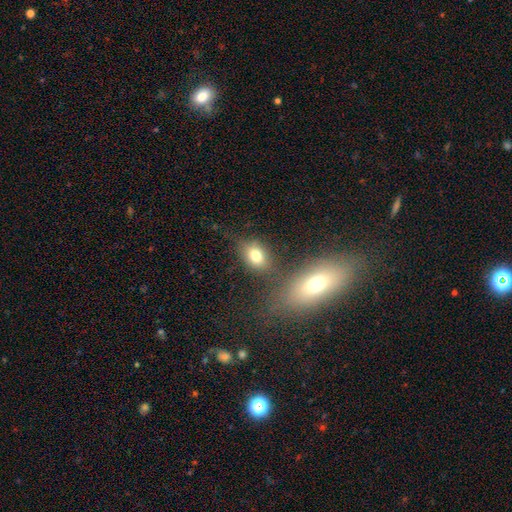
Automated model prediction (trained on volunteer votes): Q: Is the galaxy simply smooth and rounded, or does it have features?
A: smooth — 76%.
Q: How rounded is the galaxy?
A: in between — 71%.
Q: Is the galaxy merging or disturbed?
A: none — 67%.